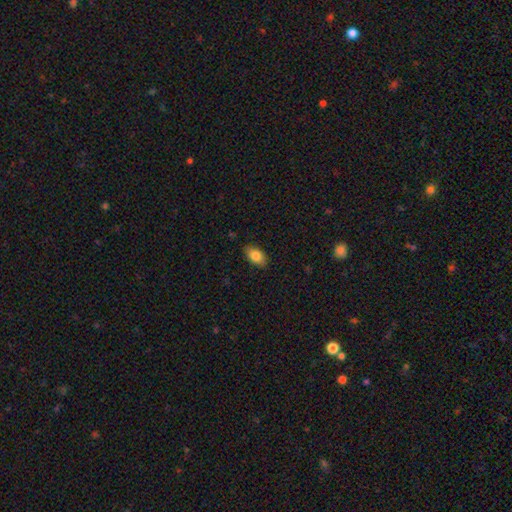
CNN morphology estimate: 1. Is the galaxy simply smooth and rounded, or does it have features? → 83% smooth, 9% featured or disk, 8% star or artifact.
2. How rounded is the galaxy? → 91% in between, 6% round, 3% cigar-shaped.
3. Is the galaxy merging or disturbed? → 86% none, 11% minor disturbance, 2% major disturbance, 1% merger.